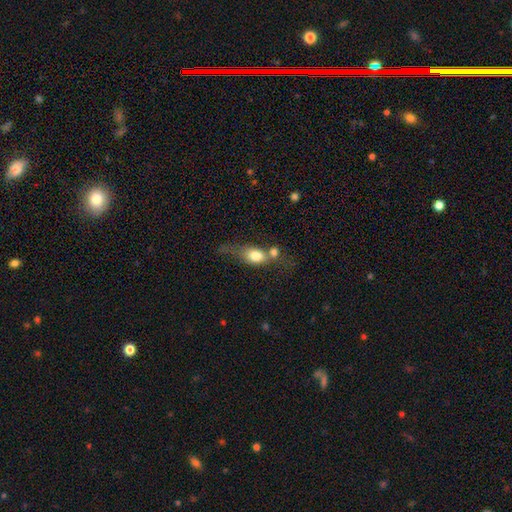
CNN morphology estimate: Smooth or featured?
  - smooth: 72% *
  - featured or disk: 20%
  - star or artifact: 8%
How rounded?
  - in between: 67% *
  - round: 24%
  - cigar-shaped: 9%
Merging?
  - merger: 50% *
  - none: 22%
  - major disturbance: 14%
  - minor disturbance: 14%